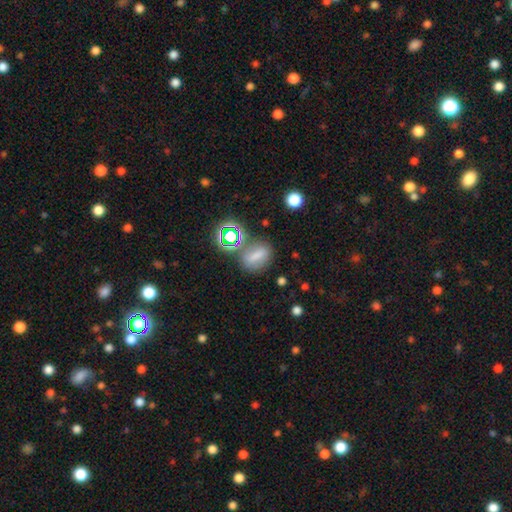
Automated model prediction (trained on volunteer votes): Smooth or featured: smooth — 59% (star or artifact — 25%)
How rounded: in between — 53% (round — 36%)
Merging: none — 63% (minor disturbance — 16%)